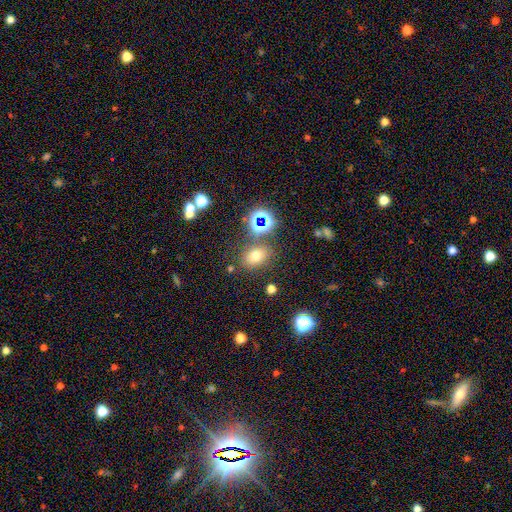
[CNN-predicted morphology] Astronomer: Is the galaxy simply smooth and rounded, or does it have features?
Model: smooth — 65%.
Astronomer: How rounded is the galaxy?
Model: in between — 68%.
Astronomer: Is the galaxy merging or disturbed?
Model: none — 76%.